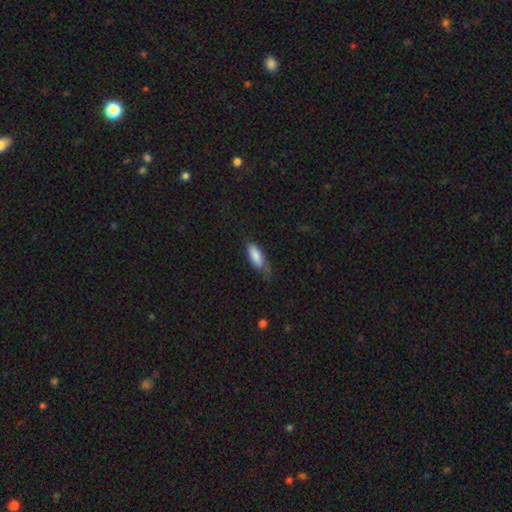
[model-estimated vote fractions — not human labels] smooth-or-featured: smooth: 82% | featured or disk: 12% | star or artifact: 6%
  how-rounded: in between: 70% | cigar-shaped: 28% | round: 2%
  merging: none: 51% | minor disturbance: 35% | major disturbance: 12% | merger: 2%